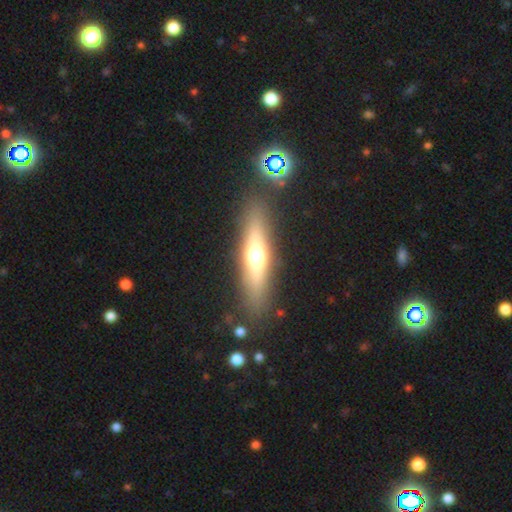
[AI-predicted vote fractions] This appears to be a featured or disk galaxy (47%). Merging: none (85%).